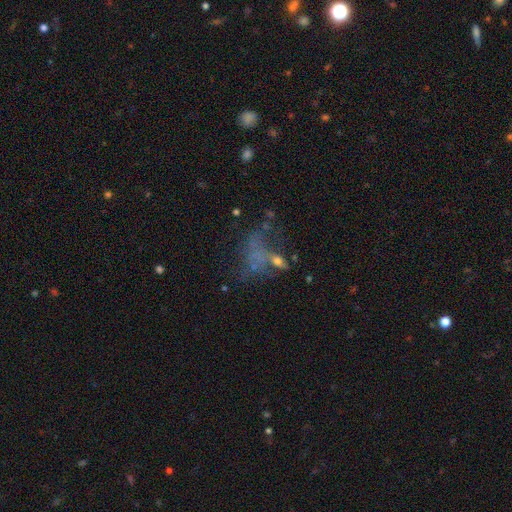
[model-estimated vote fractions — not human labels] This appears to be a featured or disk galaxy (40%). Merging: major disturbance (36%).